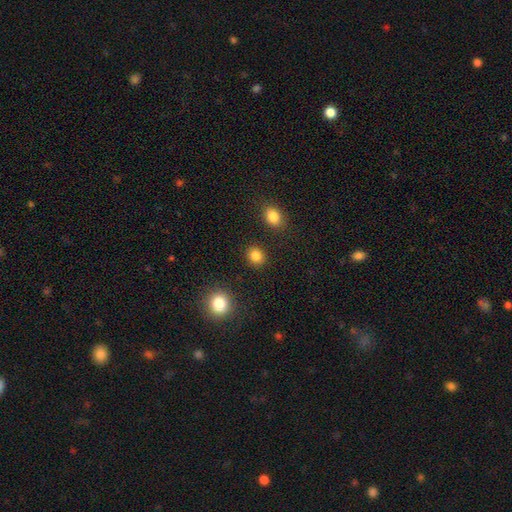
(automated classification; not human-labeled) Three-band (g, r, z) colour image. It shows a smooth galaxy with no disk features (85%) that is round (71%). Merging: none (88%).